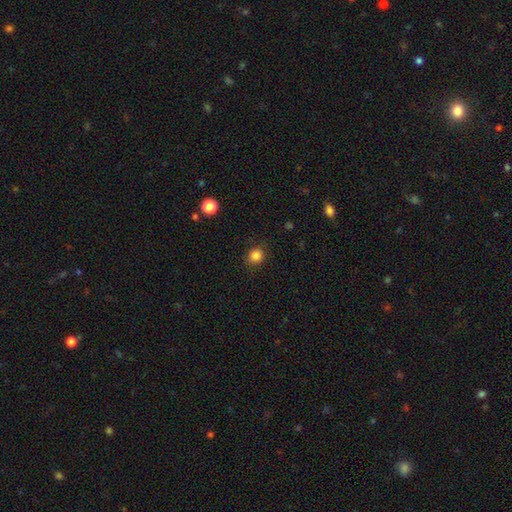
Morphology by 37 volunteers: This appears to be a smooth galaxy with no disk features (89%) that is round (85%). Merging: none (89%).